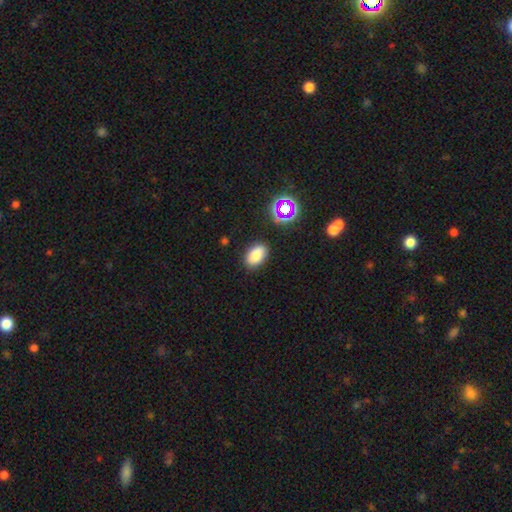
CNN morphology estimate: Smooth or featured? Predicted: smooth (p=0.81). How rounded? Predicted: in between (p=0.88). Merging? Predicted: none (p=0.85).